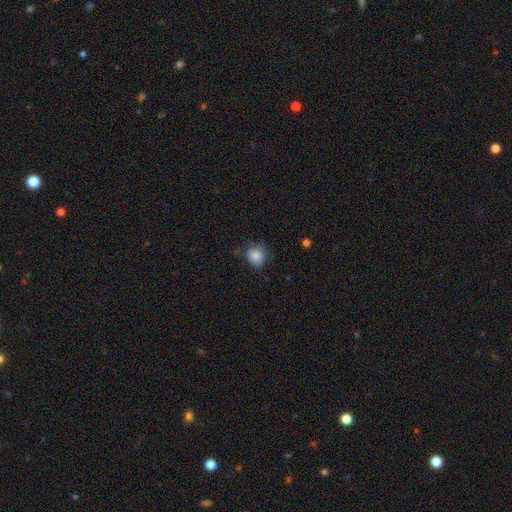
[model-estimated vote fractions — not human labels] The model was most divided on "merging": none: 69%, minor disturbance: 24%, major disturbance: 6%, merger: 2%. More confident: smooth or featured — smooth (85%); how rounded — round (81%).